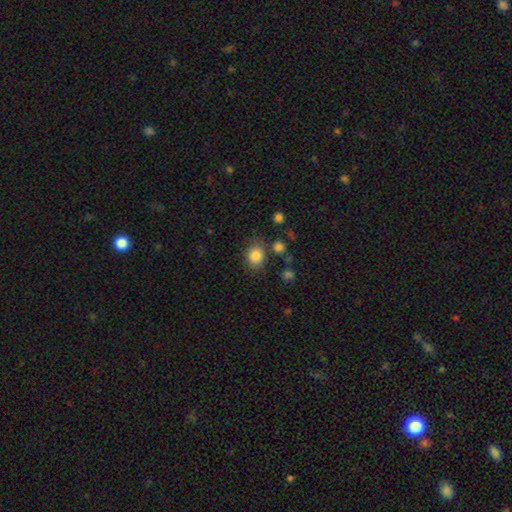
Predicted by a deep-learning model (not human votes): Smooth or featured? Predicted: smooth (p=0.85). How rounded? Predicted: round (p=0.61). Merging? Predicted: none (p=0.75).